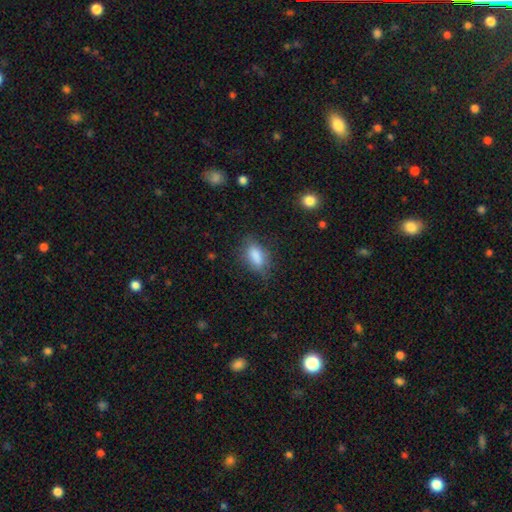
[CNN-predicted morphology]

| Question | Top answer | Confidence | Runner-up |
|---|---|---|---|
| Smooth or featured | smooth | 81% | featured or disk (10%) |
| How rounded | in between | 82% | cigar-shaped (12%) |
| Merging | none | 68% | minor disturbance (23%) |